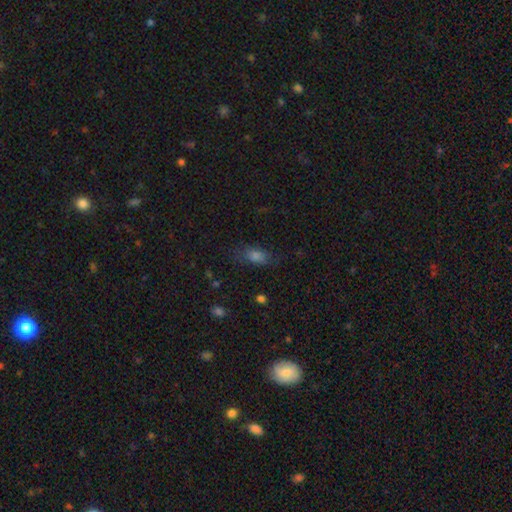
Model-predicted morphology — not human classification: A smooth galaxy with no disk features (70%) that is in between round and cigar-shaped (77%). Merging: none (72%).